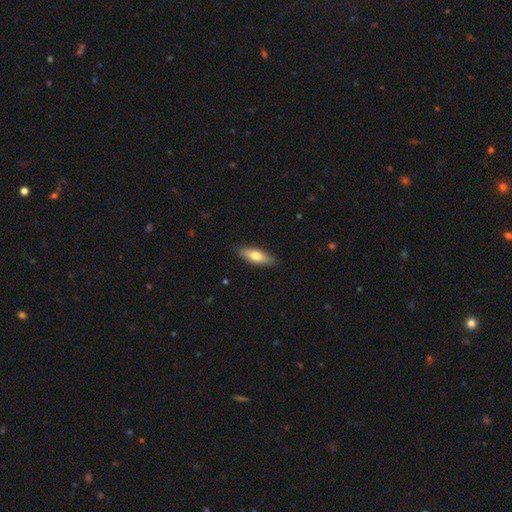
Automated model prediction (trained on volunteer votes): smooth-or-featured: smooth: 71% | featured or disk: 24% | star or artifact: 6%
  how-rounded: in between: 56% | cigar-shaped: 42% | round: 2%
  merging: none: 87% | minor disturbance: 10% | major disturbance: 2% | merger: 1%